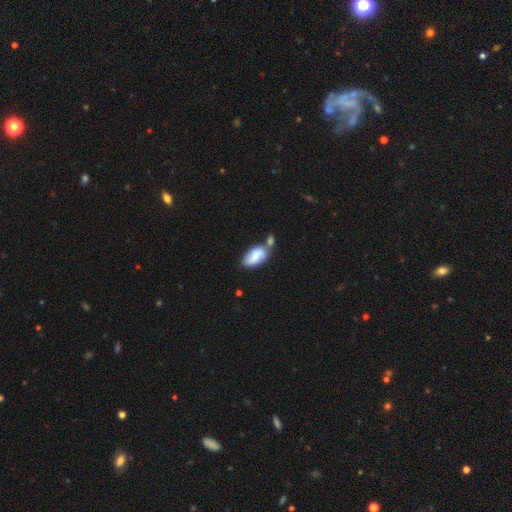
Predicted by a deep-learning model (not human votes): Q: Smooth or featured?
A: smooth (65%); runner-up: featured or disk (29%)
Q: How rounded?
A: in between (93%); runner-up: round (4%)
Q: Merging?
A: merger (44%); runner-up: none (31%)